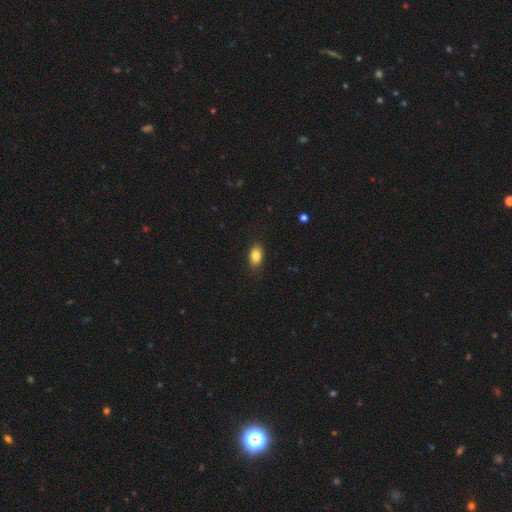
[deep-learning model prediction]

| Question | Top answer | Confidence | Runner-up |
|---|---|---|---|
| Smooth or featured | smooth | 84% | star or artifact (8%) |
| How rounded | in between | 89% | round (9%) |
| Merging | none | 86% | minor disturbance (10%) |